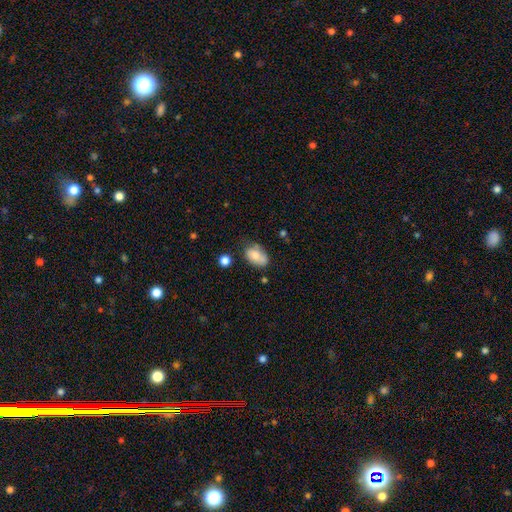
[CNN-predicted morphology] Q: Smooth or featured?
A: smooth (76%); runner-up: featured or disk (15%)
Q: How rounded?
A: in between (88%); runner-up: round (11%)
Q: Merging?
A: none (52%); runner-up: minor disturbance (32%)